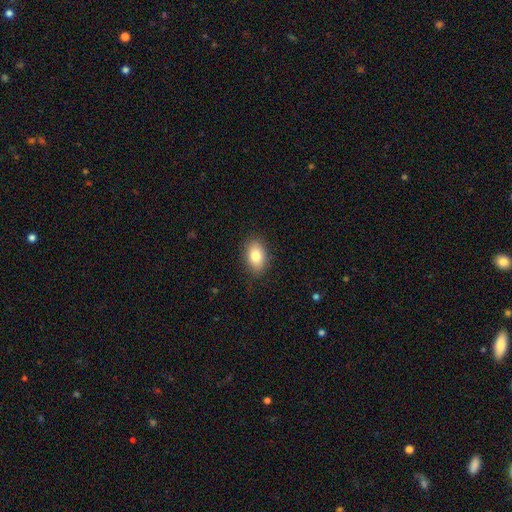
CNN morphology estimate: Smooth or featured: smooth — 82% (featured or disk — 10%)
How rounded: in between — 86% (round — 12%)
Merging: none — 85% (minor disturbance — 12%)